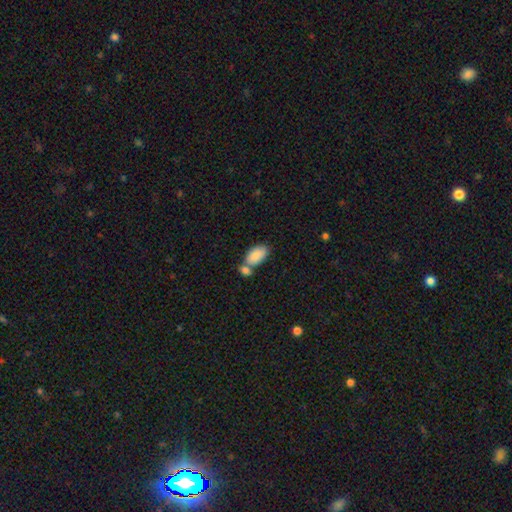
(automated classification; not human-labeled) Smooth or featured? smooth (86%)
How rounded? in between (95%)
Merging? none (44%)